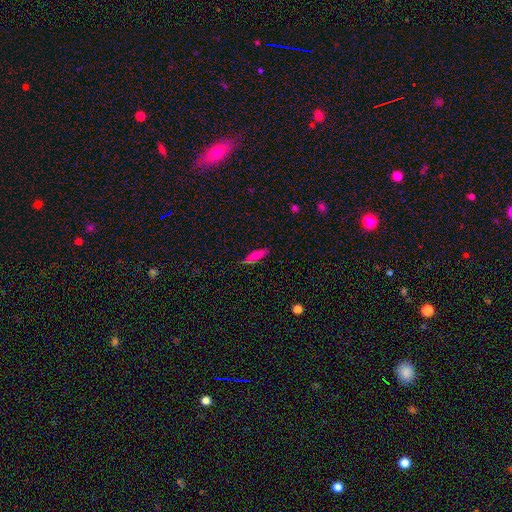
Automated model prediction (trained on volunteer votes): Smooth or featured?
  - smooth: 69% *
  - featured or disk: 22%
  - star or artifact: 9%
How rounded?
  - cigar-shaped: 60% *
  - in between: 38%
  - round: 2%
Merging?
  - none: 80% *
  - minor disturbance: 15%
  - major disturbance: 3%
  - merger: 1%